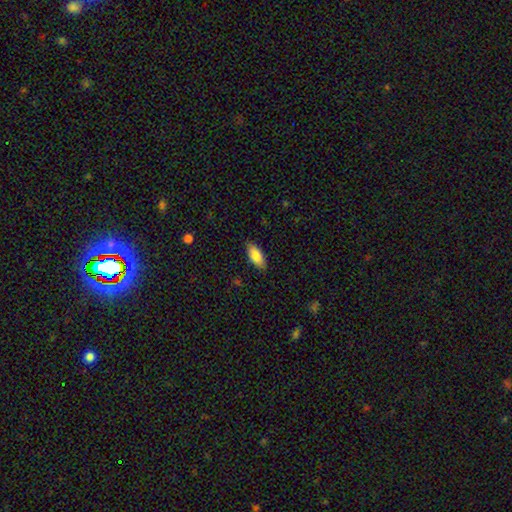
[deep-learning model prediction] Smooth or featured?
  - smooth: 84% *
  - featured or disk: 9%
  - star or artifact: 6%
How rounded?
  - in between: 84% *
  - cigar-shaped: 14%
  - round: 2%
Merging?
  - none: 86% *
  - minor disturbance: 11%
  - major disturbance: 2%
  - merger: 1%